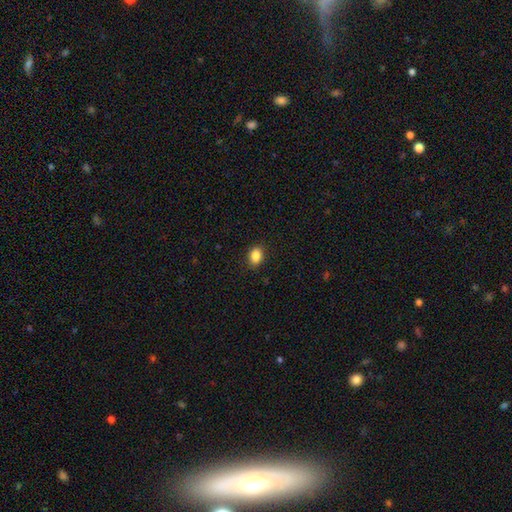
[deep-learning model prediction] A smooth galaxy with no disk features (87%) that is in between round and cigar-shaped (70%).

Vote fractions:
- Smooth or featured? smooth: 87% / star or artifact: 9% / featured or disk: 4%
- How rounded? in between: 70% / round: 28% / cigar-shaped: 1%
- Merging? none: 88% / minor disturbance: 9% / major disturbance: 2% / merger: 1%